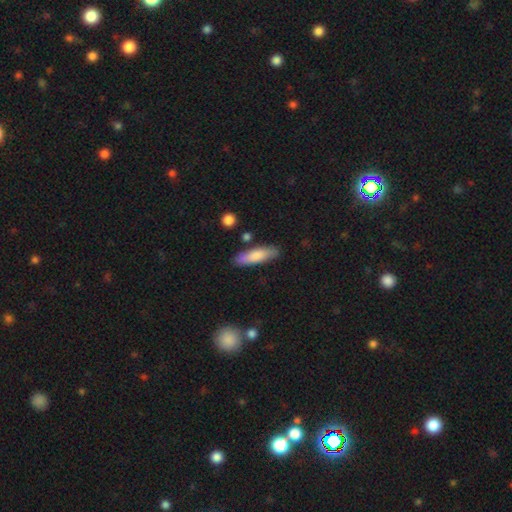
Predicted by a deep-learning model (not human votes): The model was most divided on "how rounded": cigar-shaped: 61%, in between: 37%, round: 2%. More confident: merging — none (83%); smooth or featured — smooth (79%).